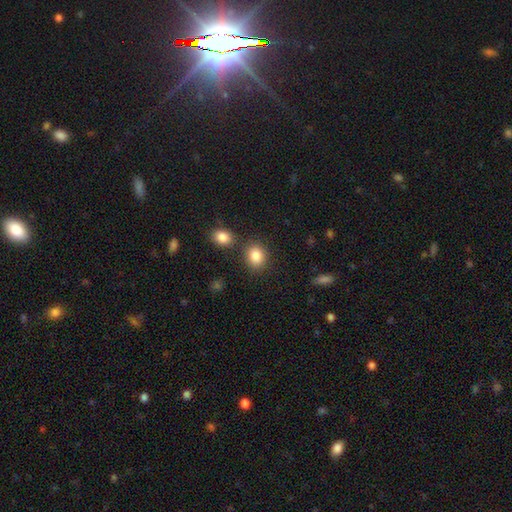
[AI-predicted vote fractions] The model was most divided on "how rounded": round: 55%, in between: 44%, cigar-shaped: 1%. More confident: smooth or featured — smooth (86%); merging — none (77%).